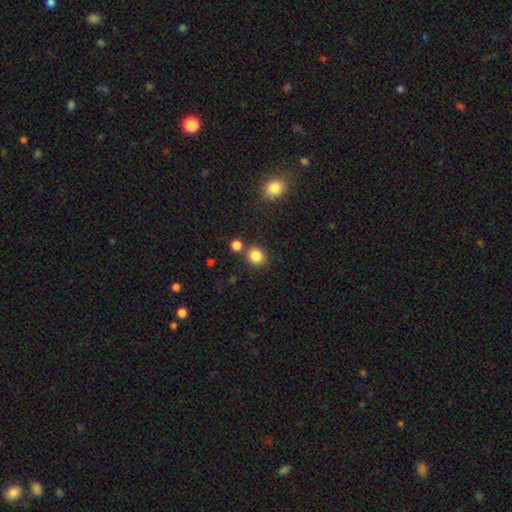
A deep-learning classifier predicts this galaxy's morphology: type=smooth (84%); roundness=round (79%); merging=none (77%).